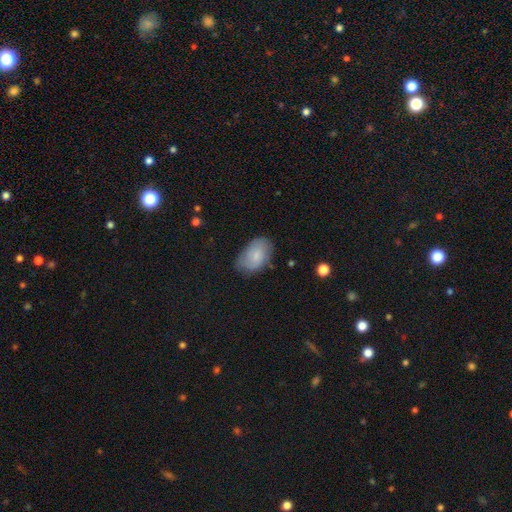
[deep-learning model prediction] A smooth galaxy with no disk features (73%) that is in between round and cigar-shaped (89%). Merging: none (65%).